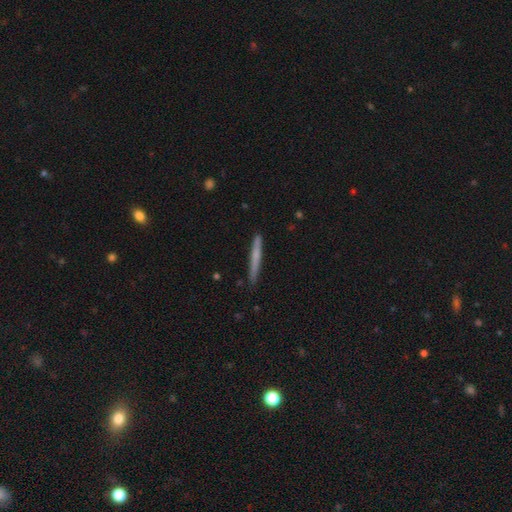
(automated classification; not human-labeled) Overall: smooth (55%; featured or disk 39%). How rounded: cigar-shaped (96%). Merging: none (87%).